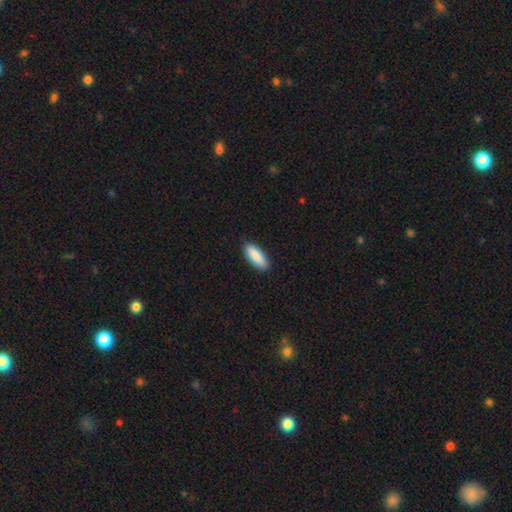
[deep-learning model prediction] A smooth galaxy with no disk features (89%) that is in between round and cigar-shaped (67%). Merging: none (89%).